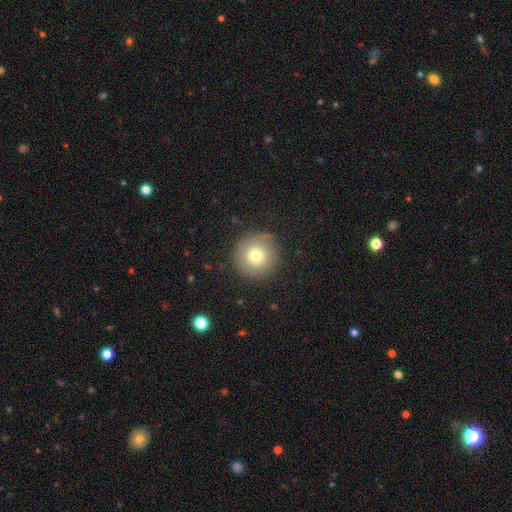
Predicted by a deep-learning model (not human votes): smooth_or_featured: smooth (p=0.74) [alt: featured or disk p=0.14]
how_rounded: round (p=0.96) [alt: in between p=0.03]
merging: none (p=0.86) [alt: minor disturbance p=0.09]